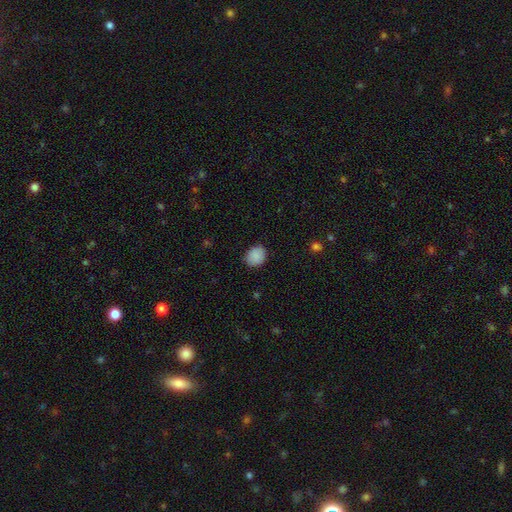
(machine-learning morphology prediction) smooth-or-featured: smooth: 88% | star or artifact: 8% | featured or disk: 4%
  how-rounded: round: 57% | in between: 42% | cigar-shaped: 1%
  merging: none: 82% | minor disturbance: 14% | major disturbance: 3% | merger: 1%